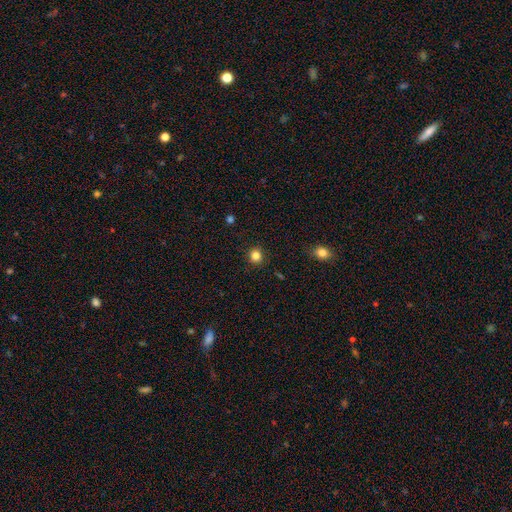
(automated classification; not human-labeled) smooth_or_featured: smooth (p=0.83) [alt: star or artifact p=0.12]
how_rounded: round (p=0.91) [alt: in between p=0.08]
merging: none (p=0.91) [alt: minor disturbance p=0.06]